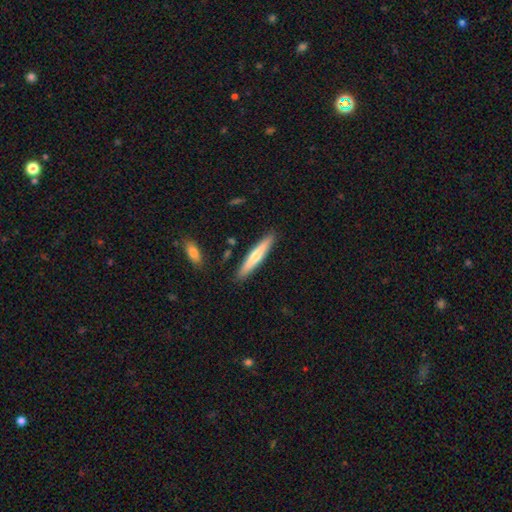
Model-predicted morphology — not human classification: smooth-or-featured: smooth: 52% | featured or disk: 43% | star or artifact: 5%
  how-rounded: cigar-shaped: 92% | in between: 6% | round: 1%
  merging: none: 89% | minor disturbance: 7% | merger: 2% | major disturbance: 2%